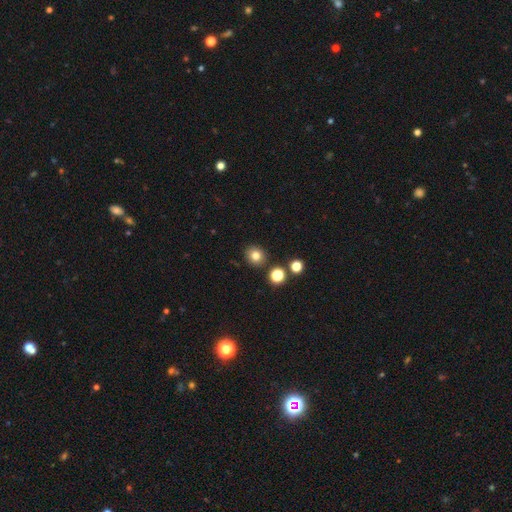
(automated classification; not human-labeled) Smooth or featured?
  - smooth: 79% *
  - star or artifact: 14%
  - featured or disk: 7%
How rounded?
  - round: 87% *
  - in between: 12%
  - cigar-shaped: 1%
Merging?
  - none: 87% *
  - minor disturbance: 7%
  - merger: 4%
  - major disturbance: 2%